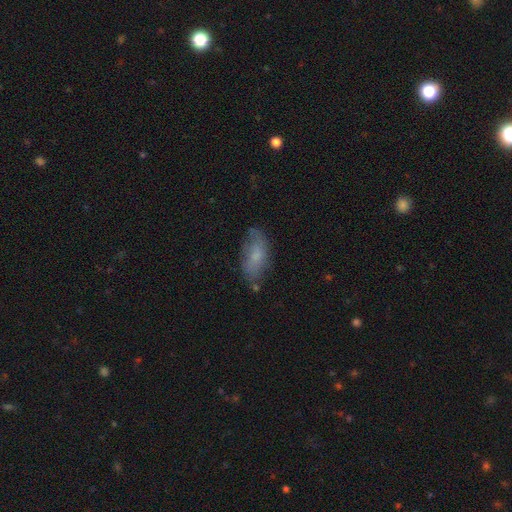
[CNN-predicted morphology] smooth-or-featured: smooth: 62% | featured or disk: 31% | star or artifact: 8%
  how-rounded: in between: 87% | cigar-shaped: 10% | round: 3%
  merging: none: 64% | minor disturbance: 25% | major disturbance: 8% | merger: 3%